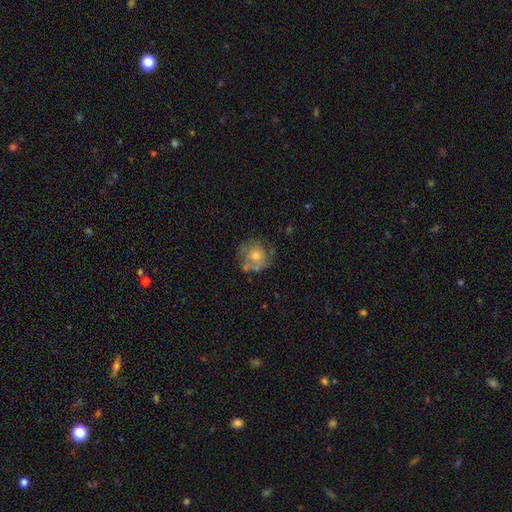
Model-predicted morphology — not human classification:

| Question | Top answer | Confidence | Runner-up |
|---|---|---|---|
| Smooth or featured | smooth | 46% | featured or disk (44%) |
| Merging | none | 61% | minor disturbance (21%) |